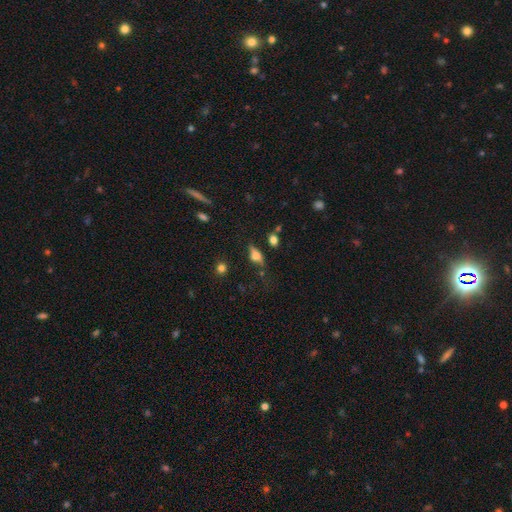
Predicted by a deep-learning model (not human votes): smooth-or-featured: featured or disk: 45% | smooth: 44% | star or artifact: 11%
  merging: none: 67% | minor disturbance: 20% | major disturbance: 8% | merger: 5%